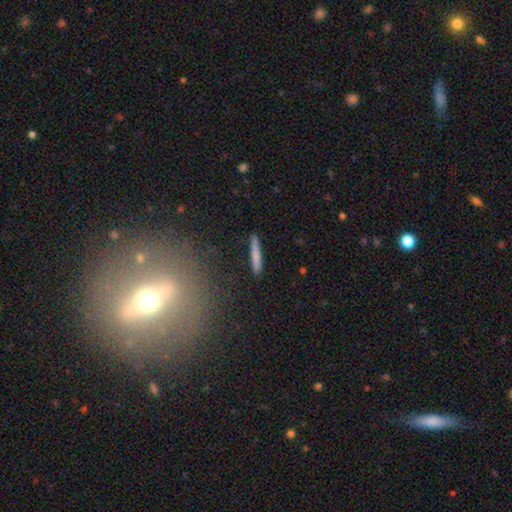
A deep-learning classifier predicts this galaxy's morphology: Q: Smooth or featured?
A: smooth (76%); runner-up: featured or disk (17%)
Q: How rounded?
A: cigar-shaped (94%); runner-up: in between (5%)
Q: Merging?
A: none (87%); runner-up: minor disturbance (9%)